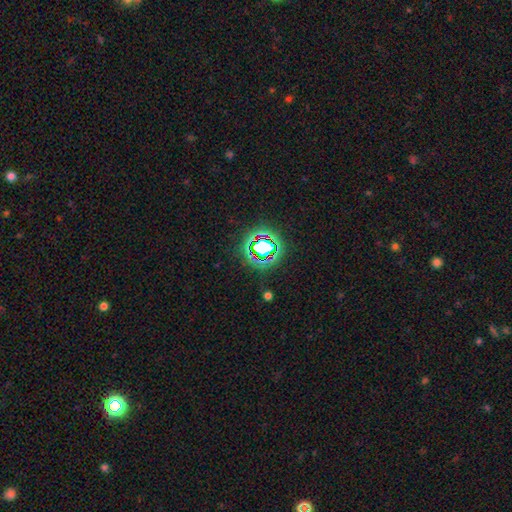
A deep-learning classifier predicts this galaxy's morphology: A star or artifact, not a galaxy (77%).